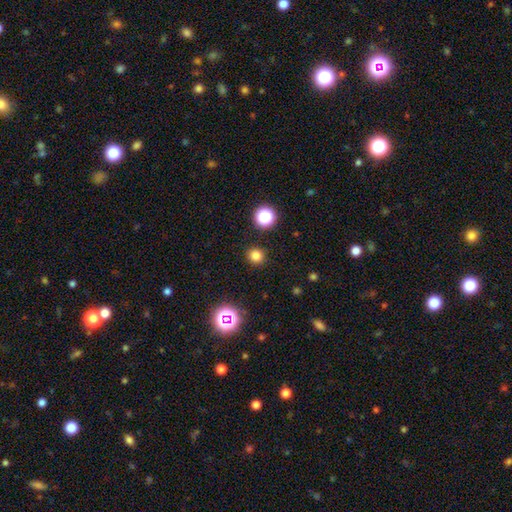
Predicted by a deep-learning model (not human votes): A smooth galaxy with no disk features (79%) that is round (91%). Merging: none (91%).